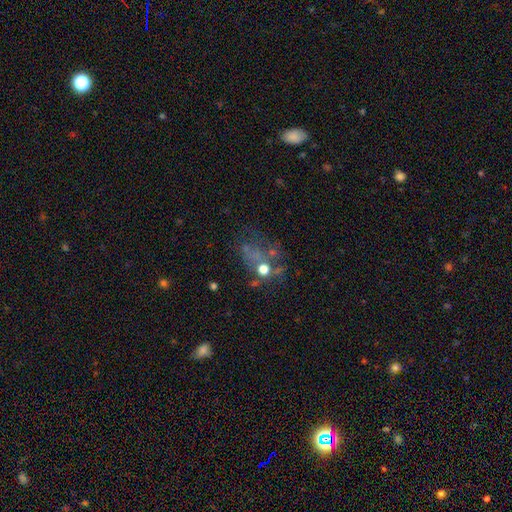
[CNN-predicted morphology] smooth-or-featured: featured or disk: 37% | star or artifact: 35% | smooth: 28%
  merging: none: 39% | major disturbance: 28% | merger: 16% | minor disturbance: 16%